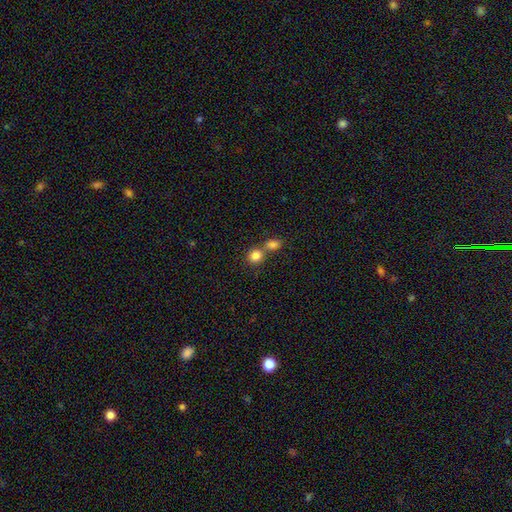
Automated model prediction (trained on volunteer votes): smooth 83%, star or artifact 10%, featured or disk 6%. Down the decision tree: how rounded — round (82%); merging — none (46%).